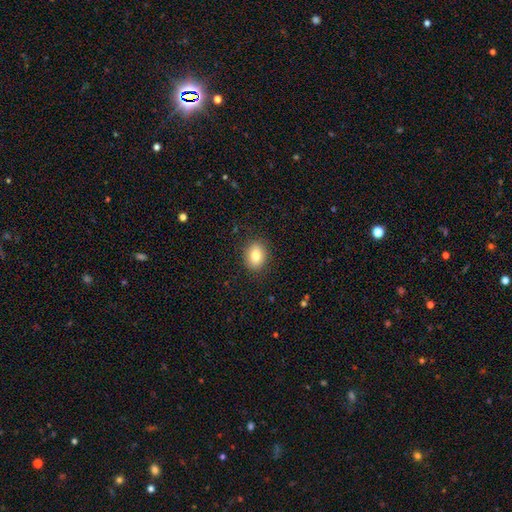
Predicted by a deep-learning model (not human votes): Smooth or featured? smooth (81%)
How rounded? in between (61%)
Merging? none (87%)